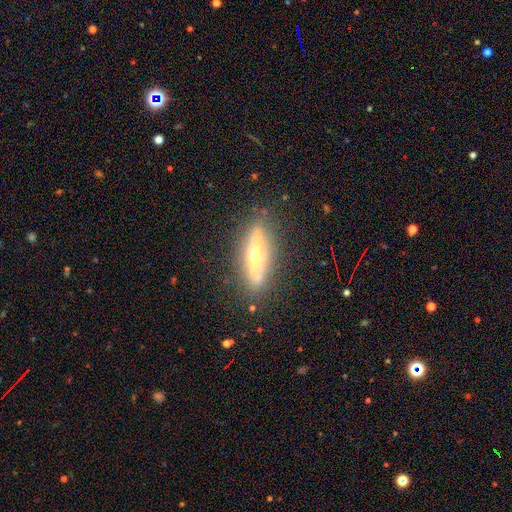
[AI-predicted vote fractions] Smooth or featured? featured or disk (59%)
Edge-on disk? yes (73%)
Merging? none (81%)